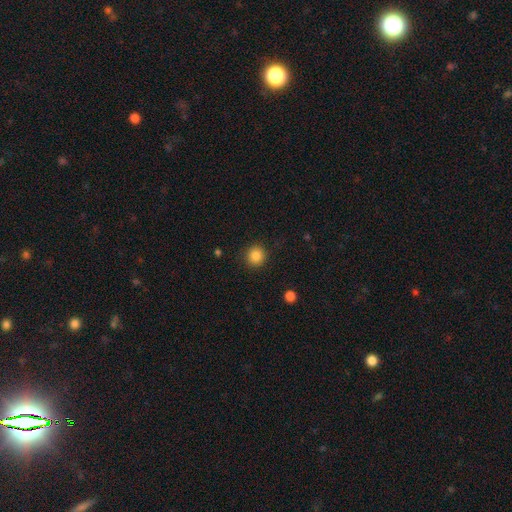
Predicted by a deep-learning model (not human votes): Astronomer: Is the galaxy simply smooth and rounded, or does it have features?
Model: smooth — 85%.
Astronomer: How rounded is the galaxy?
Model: round — 93%.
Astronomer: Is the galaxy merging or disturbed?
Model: none — 91%.